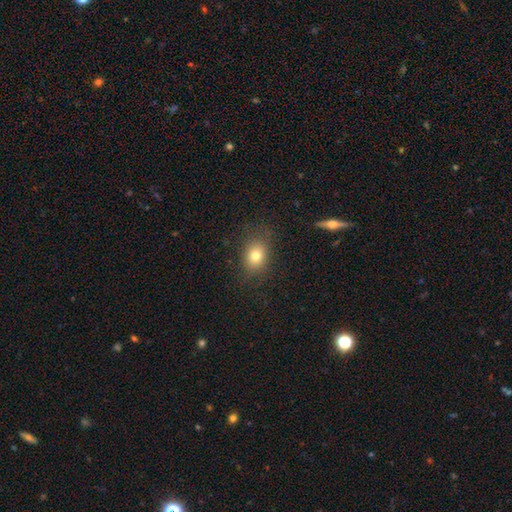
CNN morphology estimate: type=smooth (76%); roundness=in between (56%); merging=none (82%).